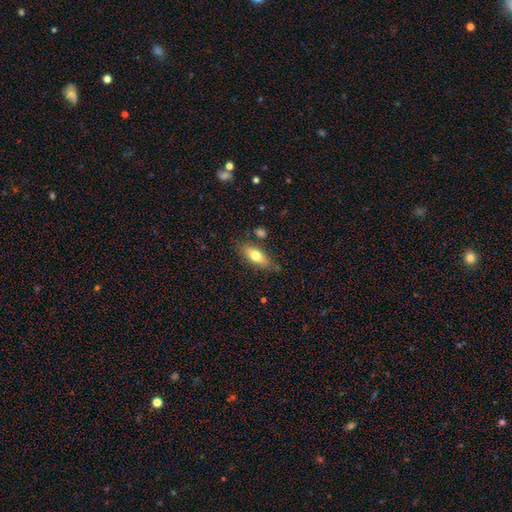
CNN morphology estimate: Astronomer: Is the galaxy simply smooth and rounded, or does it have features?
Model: smooth — 68%.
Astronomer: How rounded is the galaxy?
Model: in between — 70%.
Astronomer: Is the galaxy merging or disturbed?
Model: none — 75%.